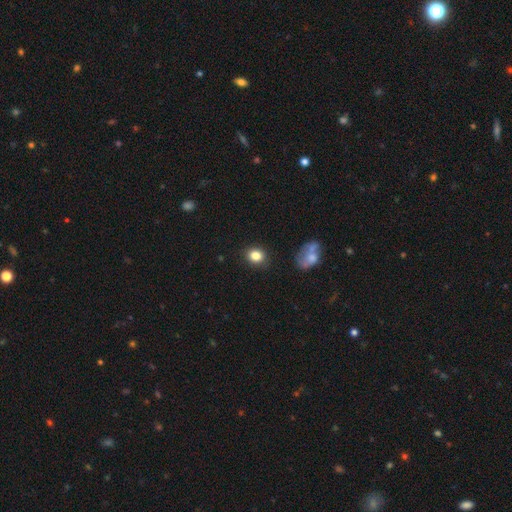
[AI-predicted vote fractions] smooth_or_featured: smooth (p=0.83) [alt: star or artifact p=0.10]
how_rounded: round (p=0.61) [alt: in between p=0.38]
merging: none (p=0.85) [alt: minor disturbance p=0.10]